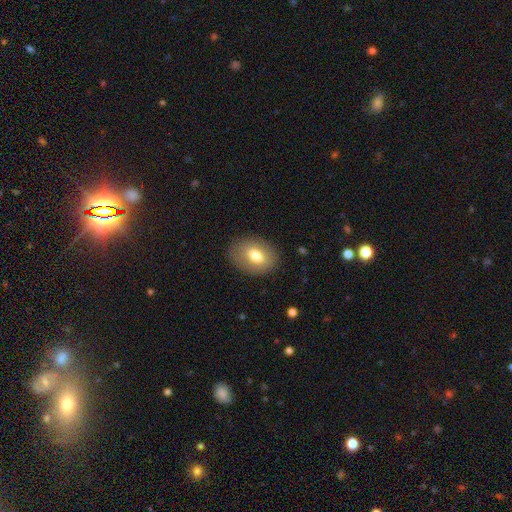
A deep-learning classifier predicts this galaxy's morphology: smooth_or_featured: smooth (p=0.74) [alt: featured or disk p=0.18]
how_rounded: in between (p=0.75) [alt: round p=0.24]
merging: none (p=0.84) [alt: minor disturbance p=0.11]